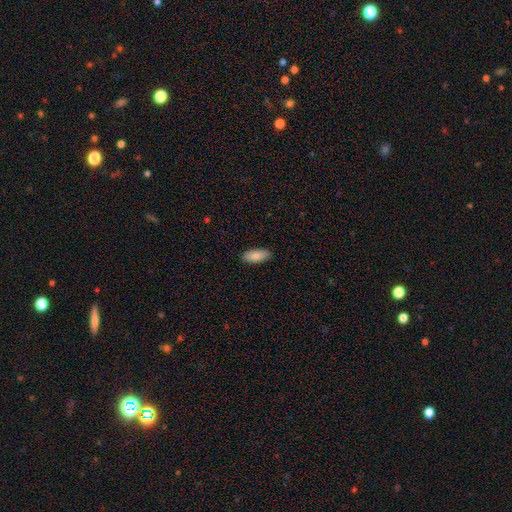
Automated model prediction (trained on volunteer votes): smooth 87%, featured or disk 7%, star or artifact 6%. Down the decision tree: how rounded — in between (83%); merging — none (89%).